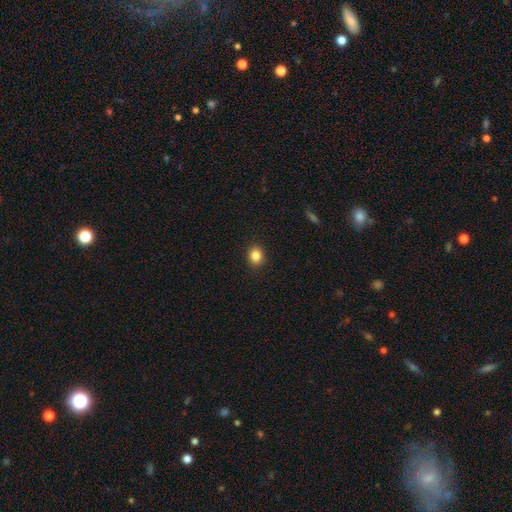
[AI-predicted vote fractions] smooth 85%, star or artifact 10%, featured or disk 5%. Down the decision tree: how rounded — round (62%); merging — none (91%).